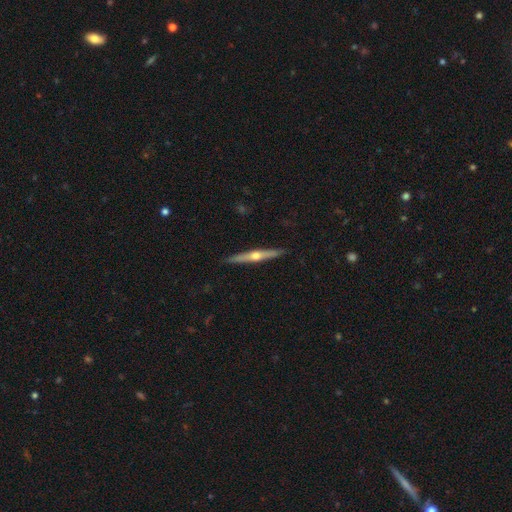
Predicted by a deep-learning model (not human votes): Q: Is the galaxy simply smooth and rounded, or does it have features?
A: featured or disk — 74%.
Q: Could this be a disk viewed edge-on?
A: yes — 98%.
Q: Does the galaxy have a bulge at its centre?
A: rounded — 93%.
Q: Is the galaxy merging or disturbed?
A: none — 91%.